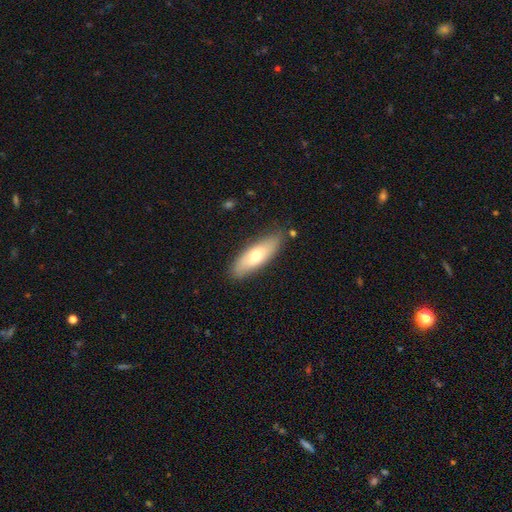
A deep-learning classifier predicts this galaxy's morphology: smooth-or-featured: smooth: 65% | featured or disk: 29% | star or artifact: 6%
  how-rounded: in between: 55% | cigar-shaped: 43% | round: 2%
  merging: none: 83% | minor disturbance: 13% | major disturbance: 2% | merger: 2%